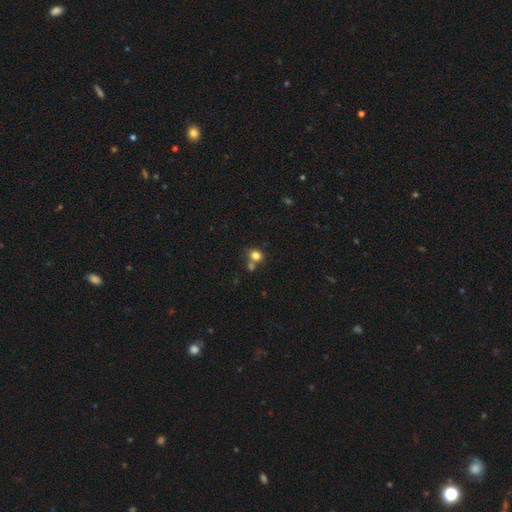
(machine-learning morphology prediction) Smooth or featured: smooth — 79% (star or artifact — 13%)
How rounded: round — 70% (in between — 29%)
Merging: none — 56% (merger — 29%)